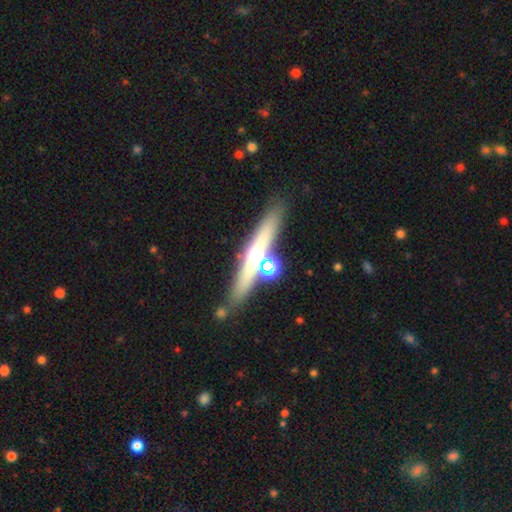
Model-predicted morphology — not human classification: This appears to be a featured or disk galaxy (60%) viewed edge-on (92%) with a rounded central bulge (89%). Merging: none (76%).